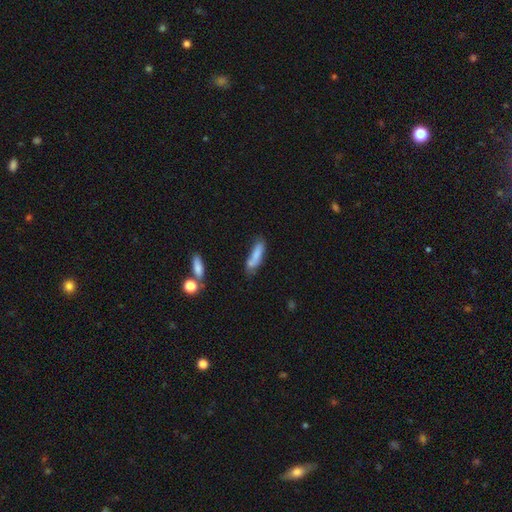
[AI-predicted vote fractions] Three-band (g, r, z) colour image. It shows a smooth galaxy with no disk features (76%) that is cigar-shaped (65%). Merging: none (49%).